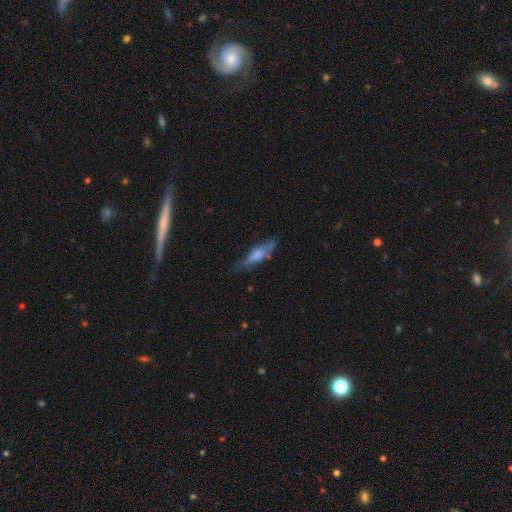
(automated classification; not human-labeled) Smooth or featured? featured or disk (50%)
Edge-on disk? yes (69%)
Merging? none (62%)